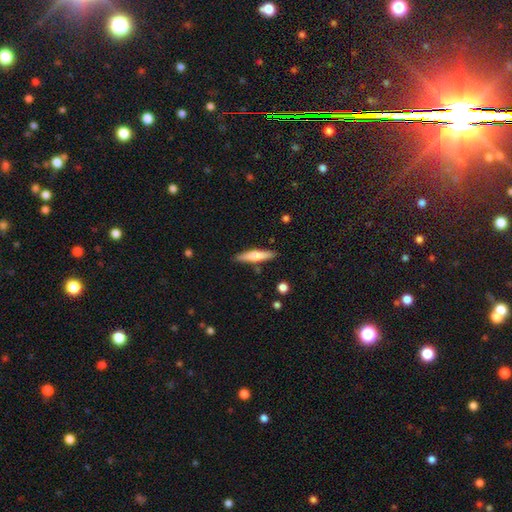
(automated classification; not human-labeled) A smooth galaxy with no disk features (61%) that is cigar-shaped (86%). Merging: none (87%).